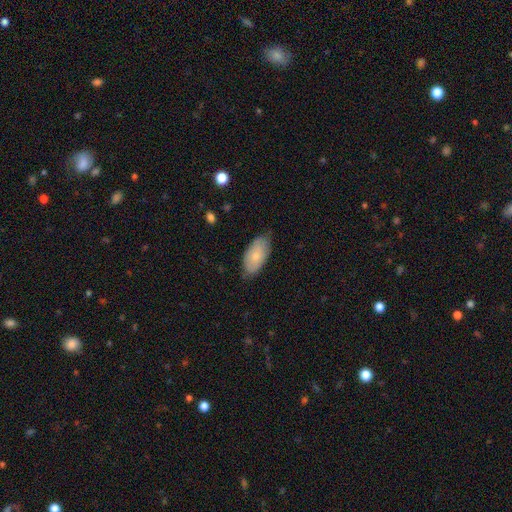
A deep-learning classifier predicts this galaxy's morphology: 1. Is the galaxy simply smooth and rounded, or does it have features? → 73% smooth, 21% featured or disk, 6% star or artifact.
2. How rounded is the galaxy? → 94% in between, 3% cigar-shaped, 3% round.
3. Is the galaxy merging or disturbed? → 73% none, 23% minor disturbance, 3% major disturbance, 1% merger.